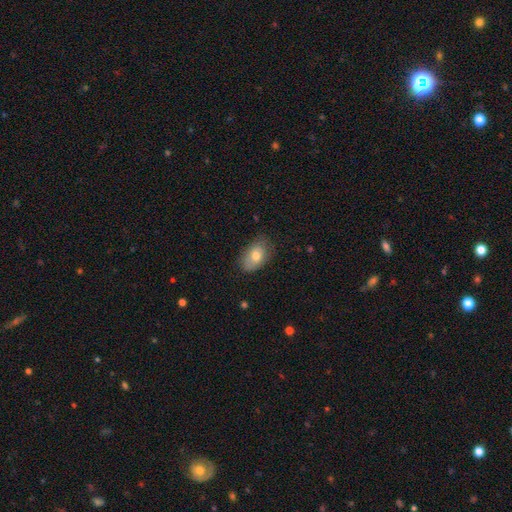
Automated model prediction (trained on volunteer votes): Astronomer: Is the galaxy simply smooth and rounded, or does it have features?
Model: smooth — 72%.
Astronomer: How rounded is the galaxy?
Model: in between — 89%.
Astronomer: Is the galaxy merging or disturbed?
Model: none — 69%.